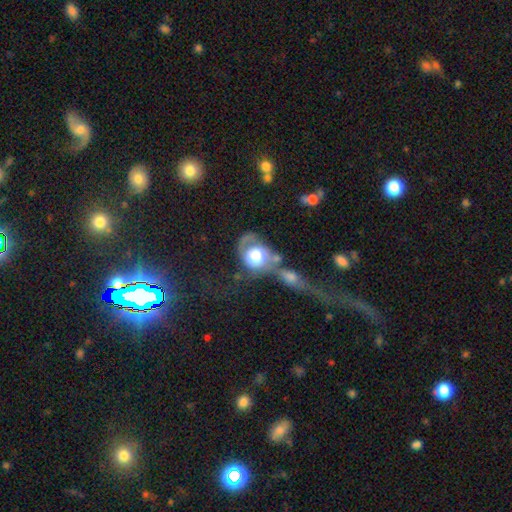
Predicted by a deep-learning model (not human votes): This is possibly a smooth galaxy (50%). Merging: possibly merger (50%).